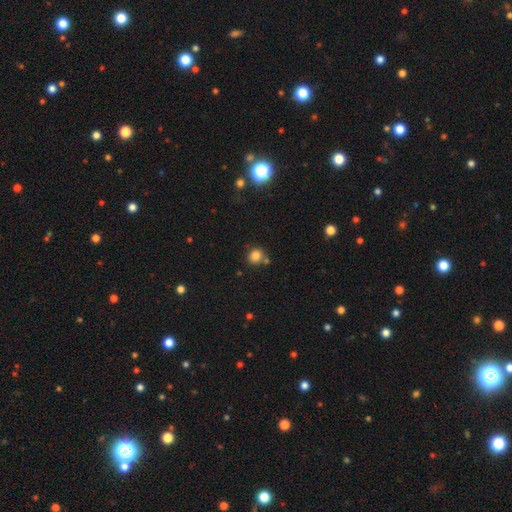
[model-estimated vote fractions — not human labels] A smooth galaxy with no disk features (81%) that is round (84%). Merging: none (69%).